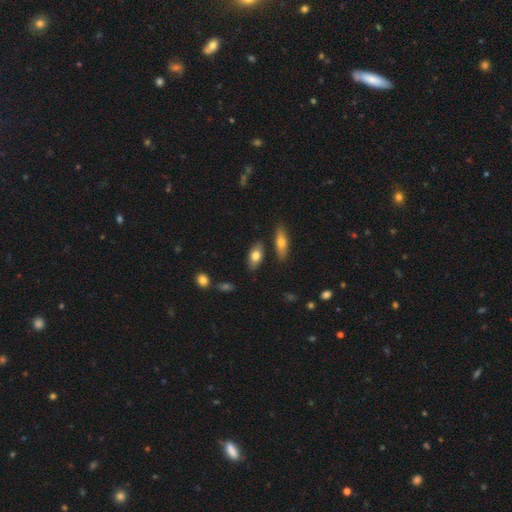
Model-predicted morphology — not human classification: This is likely a smooth galaxy (73%). How rounded: clearly in between (85%). Merging: likely none (79%).